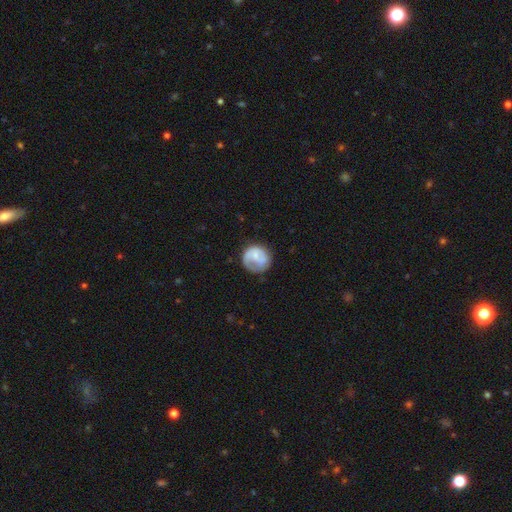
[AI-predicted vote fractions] Q: Smooth or featured?
A: smooth (54%); runner-up: featured or disk (40%)
Q: How rounded?
A: round (84%); runner-up: in between (15%)
Q: Merging?
A: none (56%); runner-up: minor disturbance (25%)